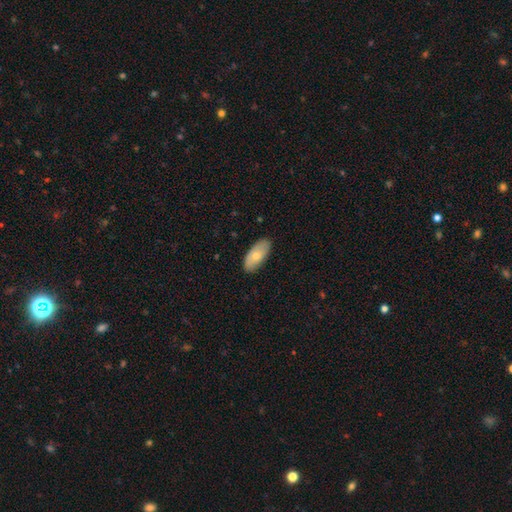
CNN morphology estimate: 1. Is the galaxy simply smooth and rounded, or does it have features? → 68% smooth, 27% featured or disk, 6% star or artifact.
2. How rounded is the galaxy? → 91% in between, 6% cigar-shaped, 3% round.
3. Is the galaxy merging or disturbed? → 83% none, 14% minor disturbance, 2% major disturbance, 1% merger.